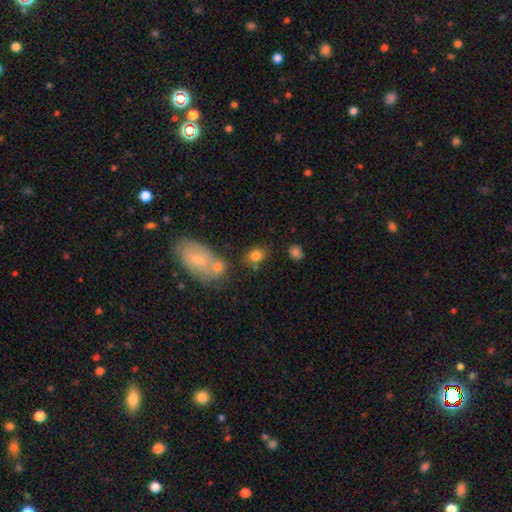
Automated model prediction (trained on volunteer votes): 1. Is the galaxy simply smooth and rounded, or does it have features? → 80% smooth, 11% featured or disk, 10% star or artifact.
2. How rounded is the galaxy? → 58% in between, 41% round, 2% cigar-shaped.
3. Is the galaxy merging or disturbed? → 59% none, 20% merger, 16% minor disturbance, 6% major disturbance.